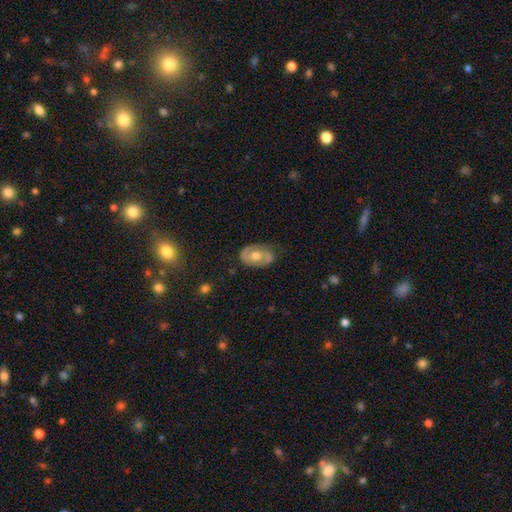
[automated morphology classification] Overall: featured or disk (65%; smooth 29%). Edge-on disk: no (94%). Bar: no (69%). Spiral arms: yes (65%; no 35%). Bulge size: moderate (74%). Merging: none (74%).